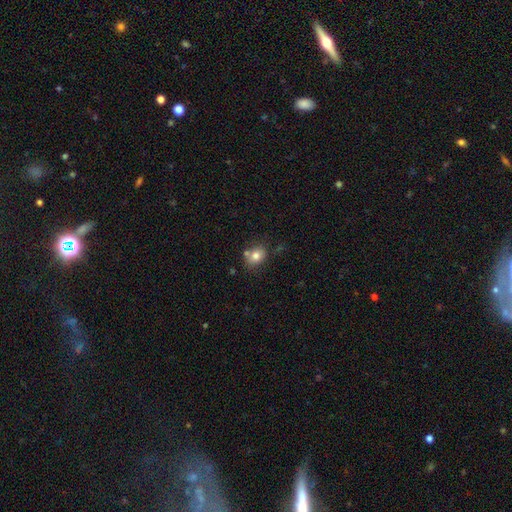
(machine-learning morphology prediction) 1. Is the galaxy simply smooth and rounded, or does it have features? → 78% smooth, 12% featured or disk, 11% star or artifact.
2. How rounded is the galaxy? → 56% round, 43% in between, 1% cigar-shaped.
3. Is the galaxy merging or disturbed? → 65% none, 16% merger, 15% minor disturbance, 4% major disturbance.